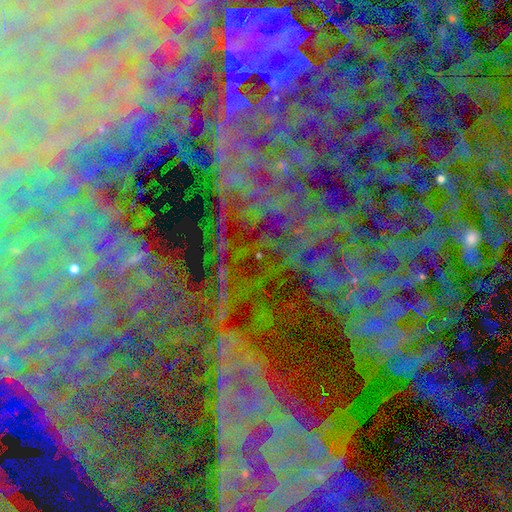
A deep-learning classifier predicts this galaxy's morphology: A star or artifact, not a galaxy (86%).

Vote fractions:
- Smooth or featured? star or artifact: 86% / featured or disk: 8% / smooth: 7%